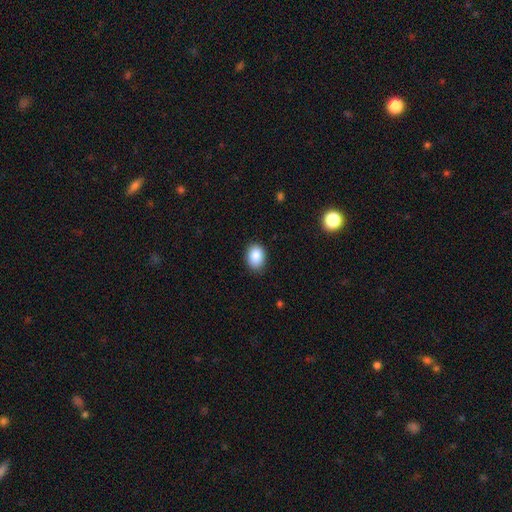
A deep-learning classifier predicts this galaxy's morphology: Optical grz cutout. It shows a smooth galaxy with no disk features (87%) that is in between round and cigar-shaped (65%). Merging: none (87%).